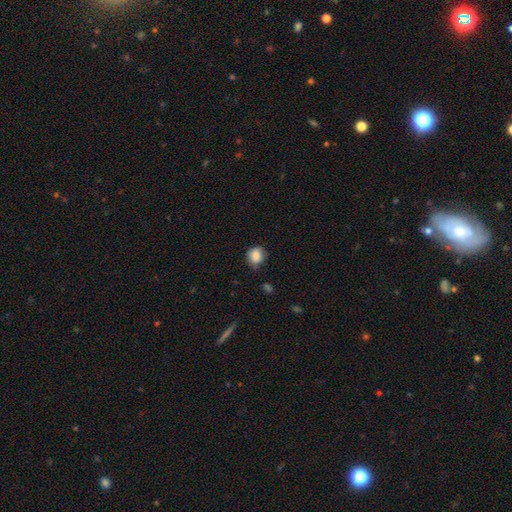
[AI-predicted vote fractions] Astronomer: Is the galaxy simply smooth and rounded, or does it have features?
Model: smooth — 83%.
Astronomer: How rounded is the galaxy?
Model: round — 64%.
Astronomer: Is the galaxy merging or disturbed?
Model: none — 66%.